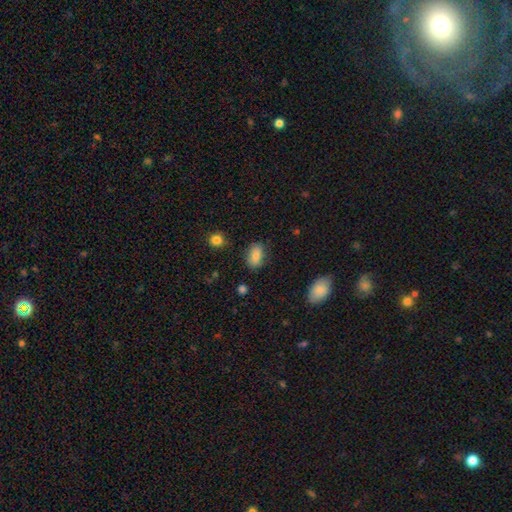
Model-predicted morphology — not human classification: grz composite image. It shows a smooth galaxy with no disk features (83%) that is in between round and cigar-shaped (87%). Merging: none (78%).